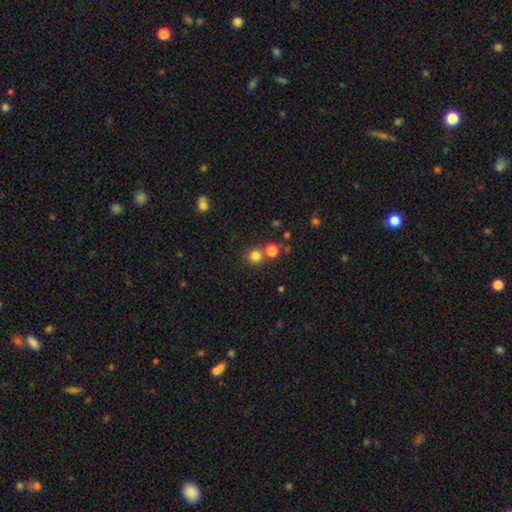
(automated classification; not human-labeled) This is likely a smooth galaxy (79%). How rounded: clearly round (93%). Merging: likely none (68%).